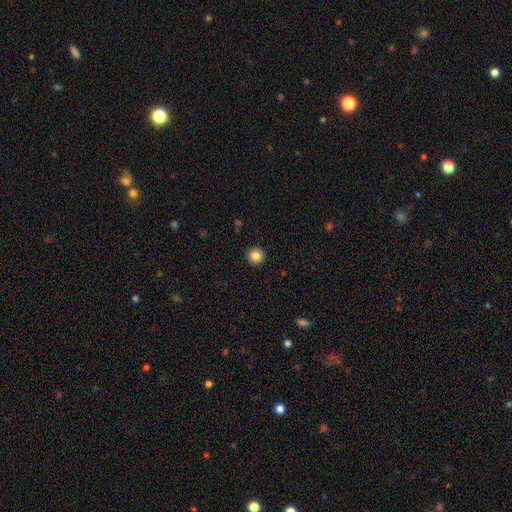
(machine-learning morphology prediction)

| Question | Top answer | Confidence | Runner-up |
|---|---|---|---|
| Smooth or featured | smooth | 86% | star or artifact (10%) |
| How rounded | round | 95% | in between (4%) |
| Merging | none | 93% | minor disturbance (5%) |